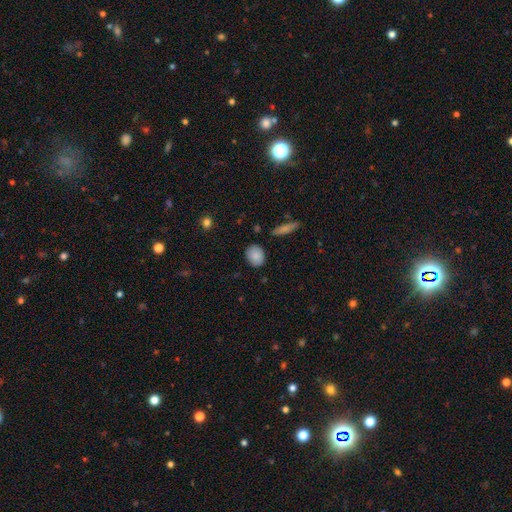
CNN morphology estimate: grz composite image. It shows a smooth galaxy with no disk features (86%) that is round (52%). Merging: none (84%).